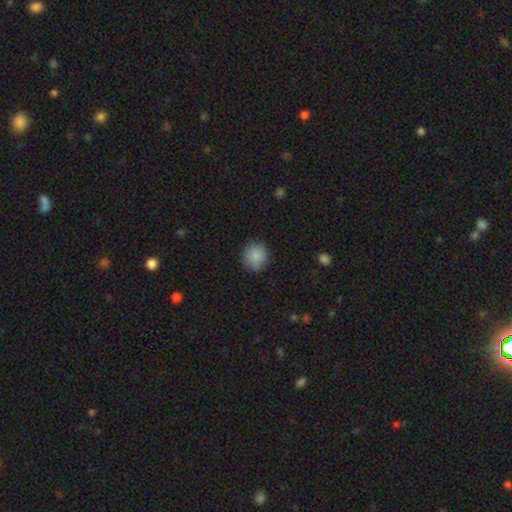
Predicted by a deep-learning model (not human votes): A smooth galaxy with no disk features (87%) that is round (86%). Merging: none (84%).